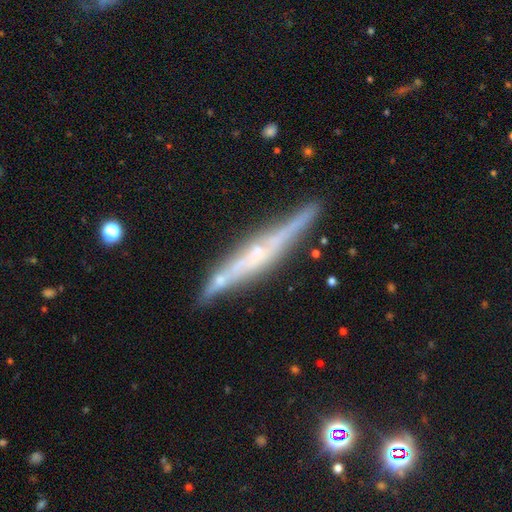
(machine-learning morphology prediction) Smooth or featured: featured or disk — 78% (smooth — 15%)
Edge-on disk: yes — 96% (no — 4%)
Edge-on bulge: rounded — 42% (none — 32%)
Merging: none — 82% (minor disturbance — 12%)